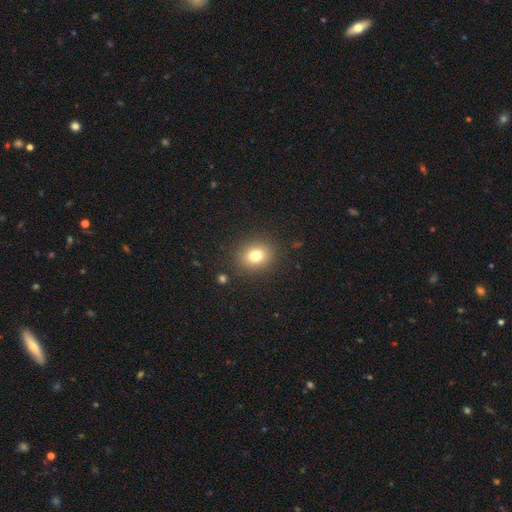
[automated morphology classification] smooth_or_featured: smooth (p=0.77) [alt: star or artifact p=0.13]
how_rounded: round (p=0.67) [alt: in between p=0.32]
merging: none (p=0.88) [alt: minor disturbance p=0.07]